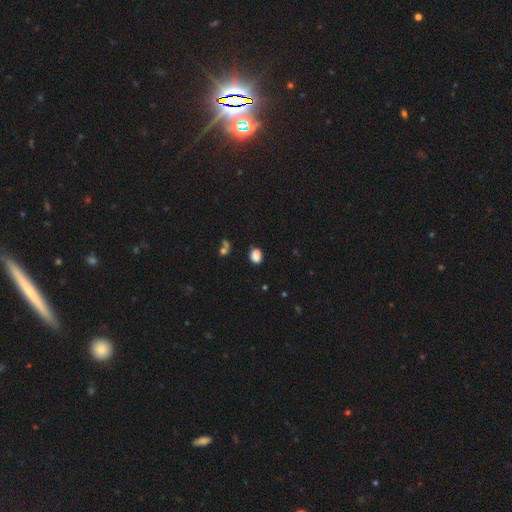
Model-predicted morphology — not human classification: Smooth or featured: smooth — 79% (star or artifact — 14%)
How rounded: in between — 55% (round — 43%)
Merging: none — 63% (minor disturbance — 18%)